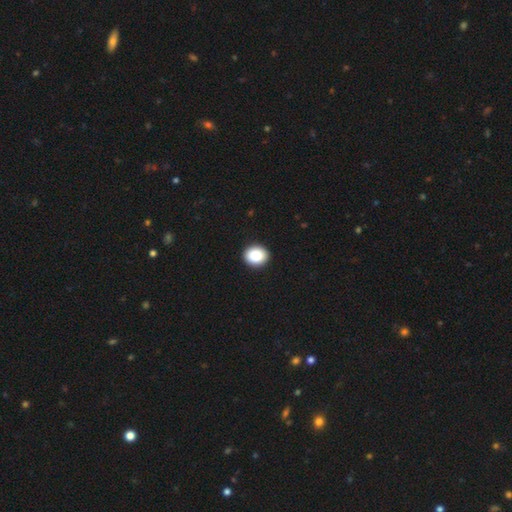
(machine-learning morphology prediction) A smooth galaxy with no disk features (87%) that is round (60%). Merging: none (92%).